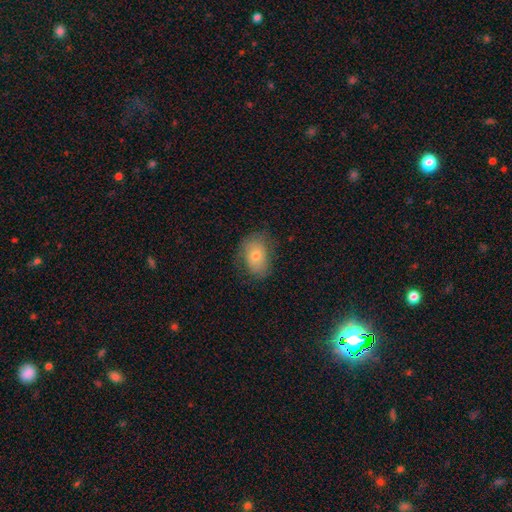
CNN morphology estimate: This appears to be a smooth galaxy with no disk features (65%) that is in between round and cigar-shaped (74%). Merging: none (70%).